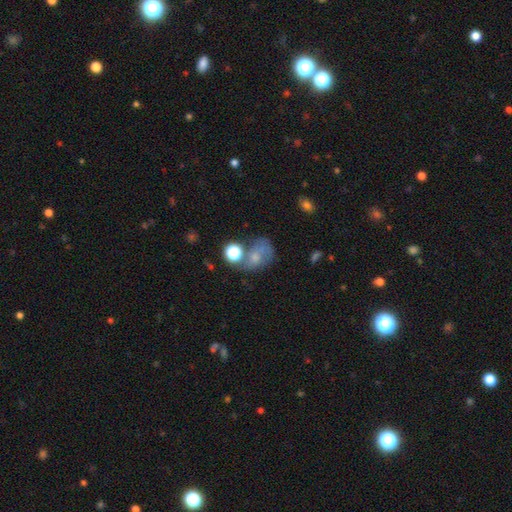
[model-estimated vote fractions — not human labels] Morphology: type=smooth (49%); merging=none (36%).